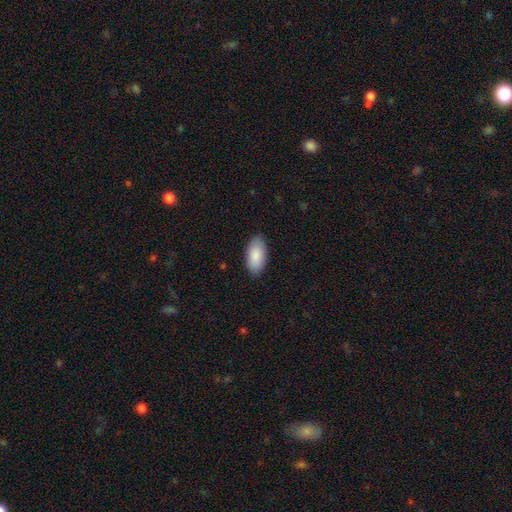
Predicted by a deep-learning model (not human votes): A smooth galaxy with no disk features (89%) that is in between round and cigar-shaped (95%).

Vote fractions:
- Smooth or featured? smooth: 89% / featured or disk: 6% / star or artifact: 5%
- How rounded? in between: 95% / cigar-shaped: 3% / round: 2%
- Merging? none: 87% / minor disturbance: 10% / major disturbance: 2% / merger: 1%